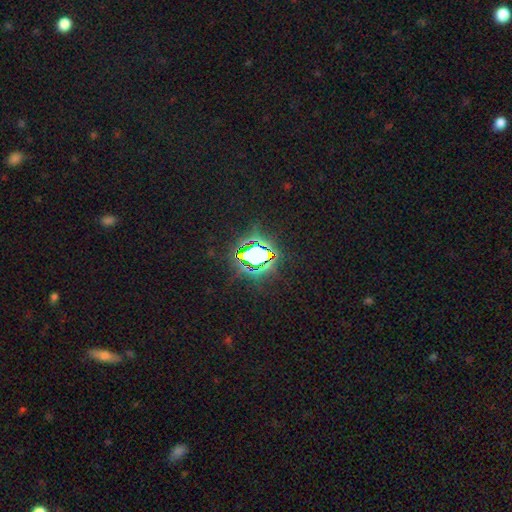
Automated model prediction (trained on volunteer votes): Smooth or featured: star or artifact — 77% (smooth — 13%)